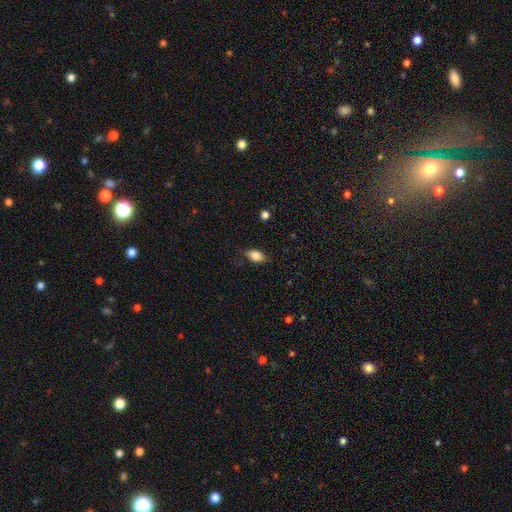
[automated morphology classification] This is clearly a smooth galaxy (83%). How rounded: clearly in between (88%). Merging: likely none (76%).